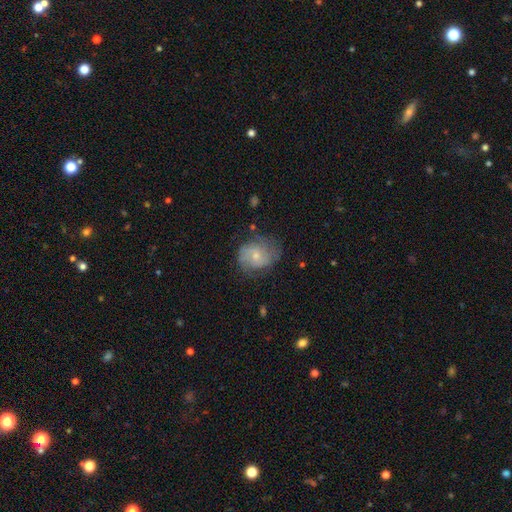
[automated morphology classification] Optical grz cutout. It shows a featured or disk galaxy (60%) with no bar (73%), spiral arms (82%) and a small central bulge (62%). Merging: none (60%).